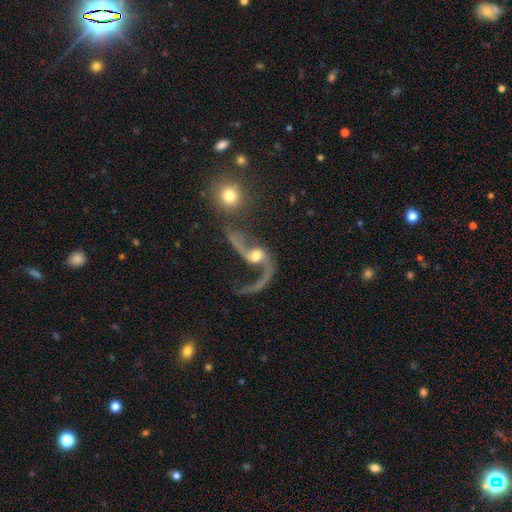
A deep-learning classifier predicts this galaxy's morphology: smooth_or_featured: featured or disk (p=0.84) [alt: smooth p=0.09]
disk_edge_on: no (p=0.96) [alt: yes p=0.04]
bar: no (p=0.58) [alt: weak p=0.31]
has_spiral_arms: yes (p=0.93) [alt: no p=0.07]
spiral_winding: loose (p=0.91) [alt: medium p=0.07]
spiral_arm_count: 2 (p=0.84) [alt: 1 p=0.11]
bulge_size: moderate (p=0.57) [alt: small p=0.28]
merging: none (p=0.36) [alt: major disturbance p=0.26]